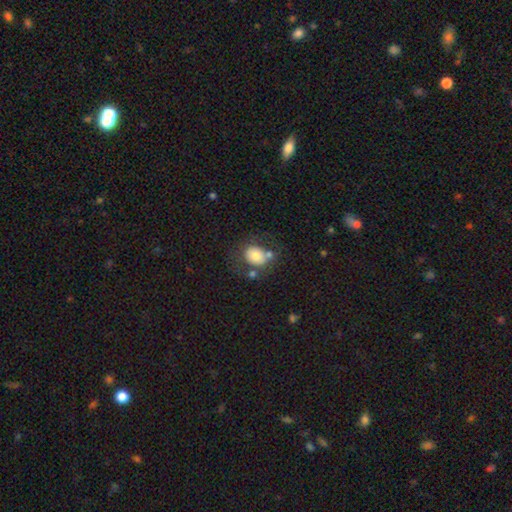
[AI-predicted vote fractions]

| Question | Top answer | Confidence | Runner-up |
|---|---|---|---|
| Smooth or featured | smooth | 71% | featured or disk (20%) |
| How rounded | round | 51% | in between (48%) |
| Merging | none | 56% | minor disturbance (17%) |